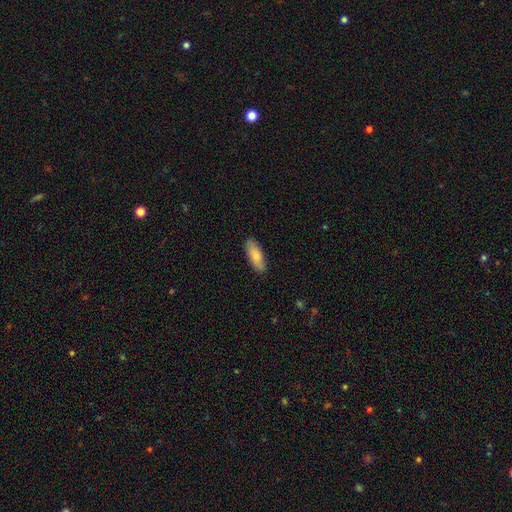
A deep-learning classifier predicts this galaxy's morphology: Overall: smooth (80%). How rounded: in between (72%). Merging: none (85%).